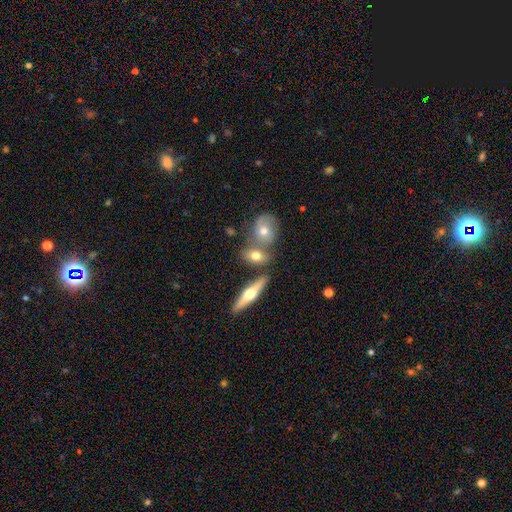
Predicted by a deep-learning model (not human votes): Smooth or featured: smooth — 63% (featured or disk — 27%)
How rounded: in between — 62% (round — 25%)
Merging: none — 52% (merger — 32%)